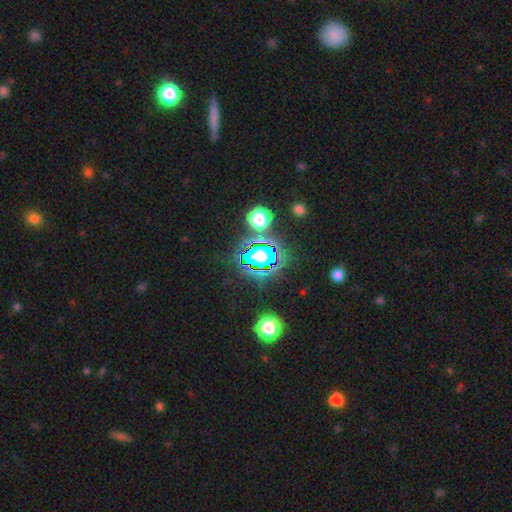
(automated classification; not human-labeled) A star or artifact, not a galaxy (74%).

Vote fractions:
- Smooth or featured? star or artifact: 74% / smooth: 17% / featured or disk: 9%